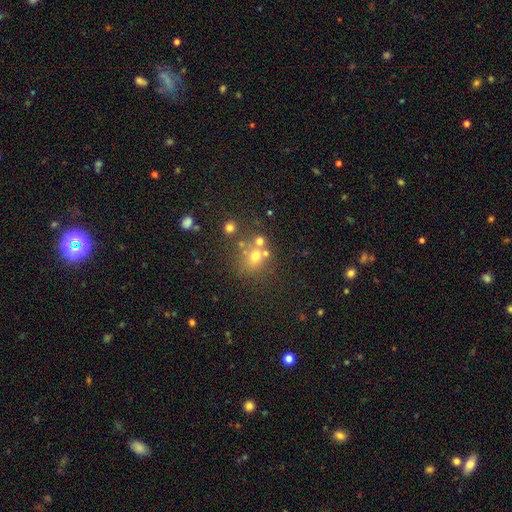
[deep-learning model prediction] This is likely a smooth galaxy (60%). How rounded: likely round (77%). Merging: possibly none (54%).